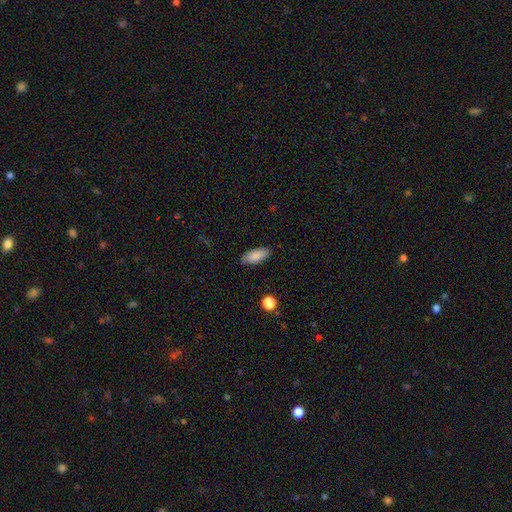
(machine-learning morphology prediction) This is clearly a smooth galaxy (88%). How rounded: clearly in between (80%). Merging: clearly none (87%).